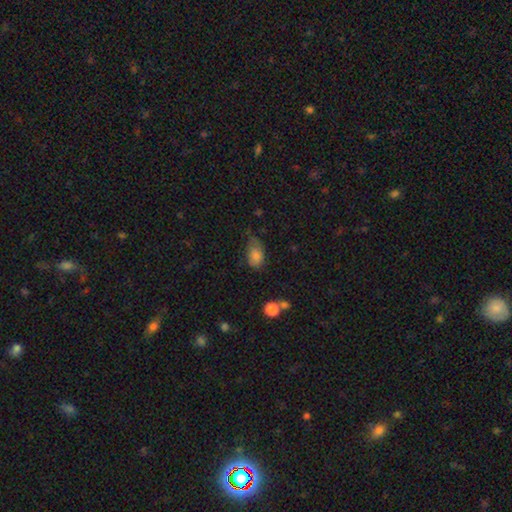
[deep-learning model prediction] This is likely a smooth galaxy (80%). How rounded: clearly in between (87%). Merging: marginally none (45%).